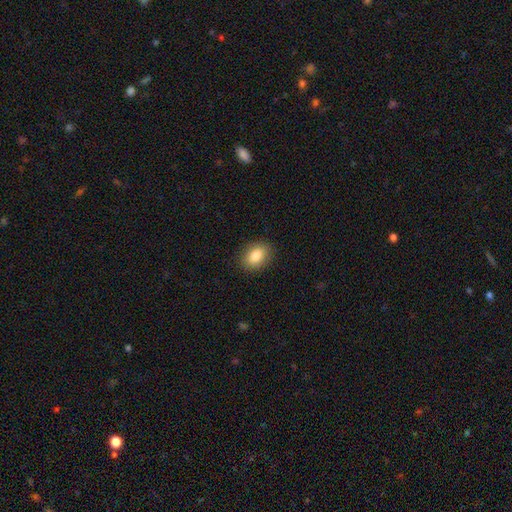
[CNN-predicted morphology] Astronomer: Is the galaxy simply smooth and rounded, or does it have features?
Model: smooth — 85%.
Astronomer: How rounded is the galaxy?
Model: in between — 76%.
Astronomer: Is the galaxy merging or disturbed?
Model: none — 88%.